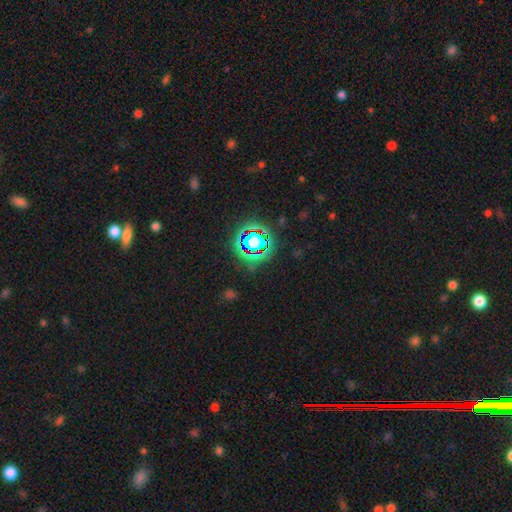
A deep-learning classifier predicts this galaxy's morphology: Smooth or featured: star or artifact — 81% (smooth — 12%)